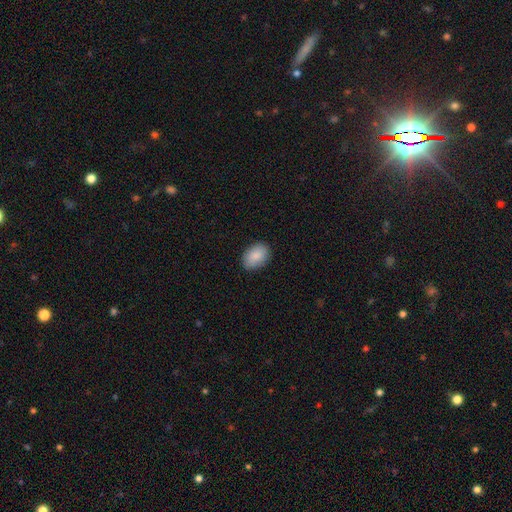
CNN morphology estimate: A smooth galaxy with no disk features (89%) that is in between round and cigar-shaped (85%). Merging: none (84%).